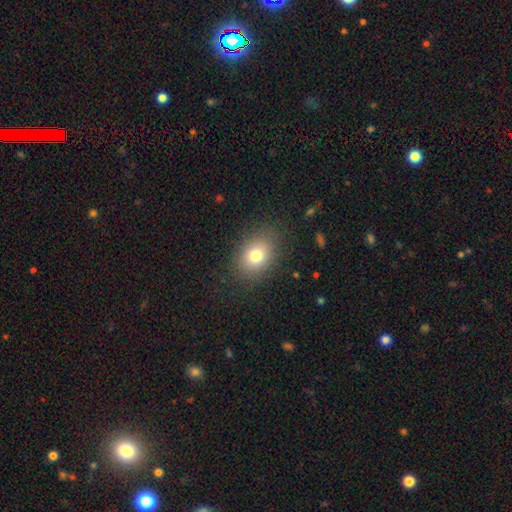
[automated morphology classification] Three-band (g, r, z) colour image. It shows a smooth galaxy with no disk features (77%) that is in between round and cigar-shaped (62%). Merging: none (85%).